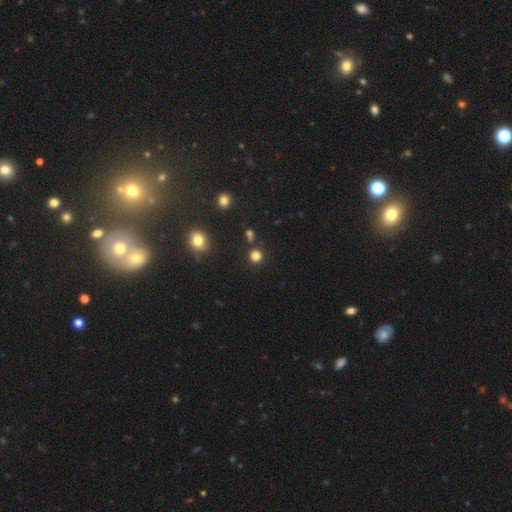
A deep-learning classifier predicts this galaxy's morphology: Smooth or featured? Predicted: smooth (p=0.80). How rounded? Predicted: round (p=0.91). Merging? Predicted: none (p=0.84).